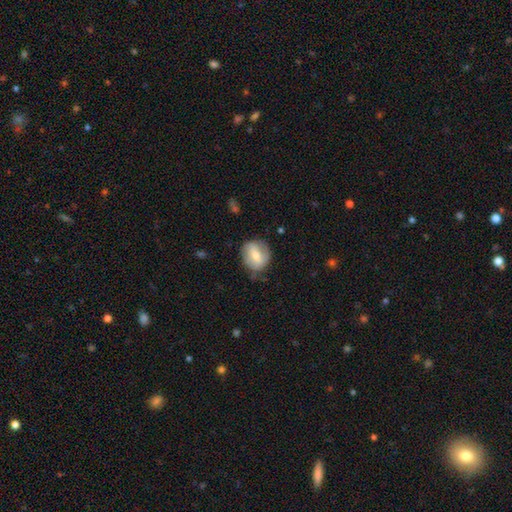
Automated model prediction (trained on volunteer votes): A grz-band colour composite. It shows a smooth galaxy with no disk features (57%) that is round (64%). Merging: none (65%).